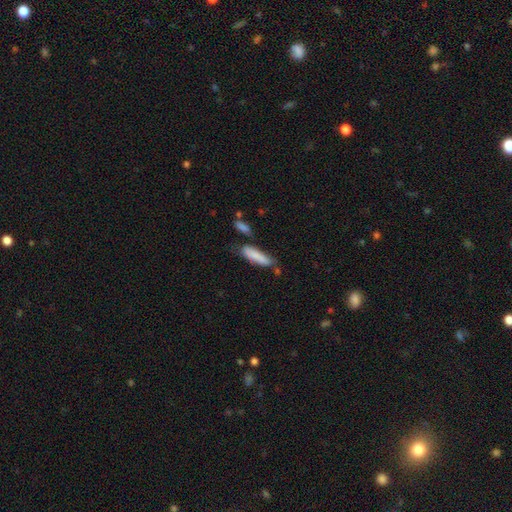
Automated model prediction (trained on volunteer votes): Smooth or featured? Predicted: smooth (p=0.81). How rounded? Predicted: cigar-shaped (p=0.62). Merging? Predicted: none (p=0.56).